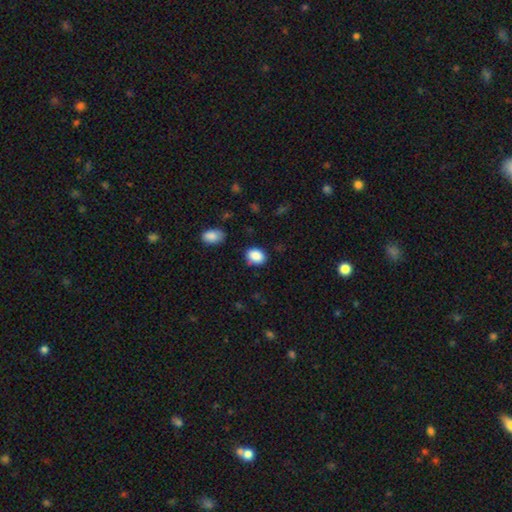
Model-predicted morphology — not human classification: smooth_or_featured: smooth (p=0.88) [alt: star or artifact p=0.08]
how_rounded: in between (p=0.69) [alt: round p=0.30]
merging: none (p=0.77) [alt: minor disturbance p=0.17]